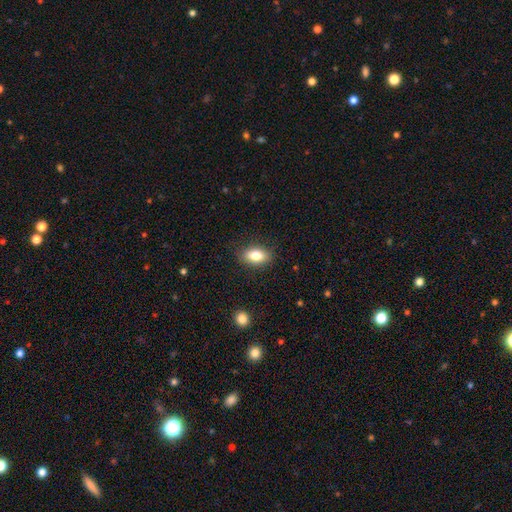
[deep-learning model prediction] Morphology: type=smooth (80%); roundness=in between (87%); merging=none (86%).